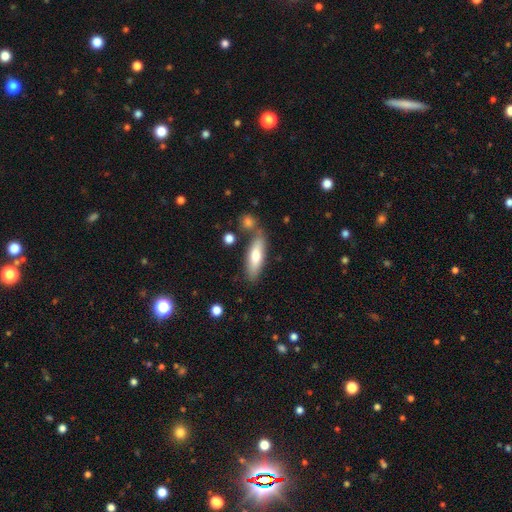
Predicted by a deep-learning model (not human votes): smooth-or-featured: smooth: 68% | featured or disk: 27% | star or artifact: 6%
  how-rounded: cigar-shaped: 52% | in between: 46% | round: 2%
  merging: none: 72% | minor disturbance: 14% | merger: 10% | major disturbance: 4%